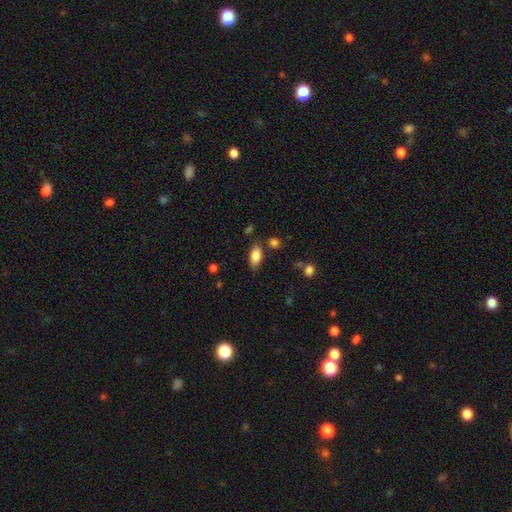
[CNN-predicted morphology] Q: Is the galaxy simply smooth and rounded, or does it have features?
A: smooth — 83%.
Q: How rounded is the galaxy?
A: in between — 88%.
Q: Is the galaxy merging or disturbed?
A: none — 78%.